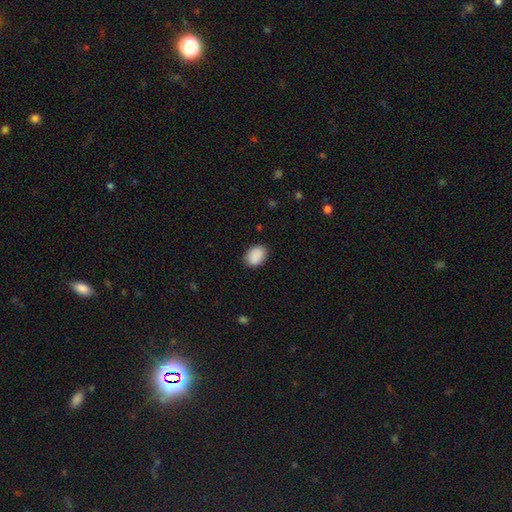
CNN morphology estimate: The model was most divided on "how rounded": in between: 77%, round: 22%, cigar-shaped: 1%. More confident: smooth or featured — smooth (90%); merging — none (86%).